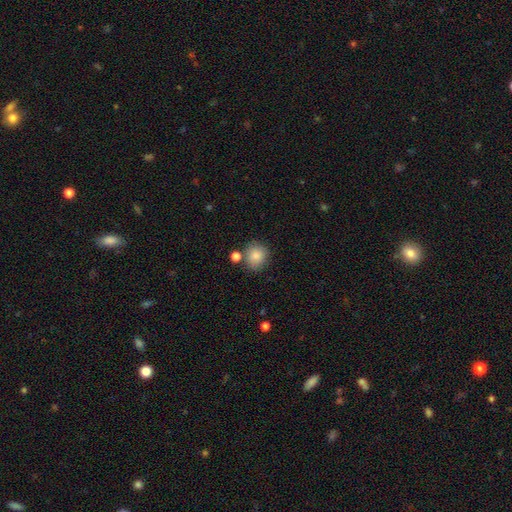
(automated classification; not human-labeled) smooth-or-featured: smooth: 85% | star or artifact: 9% | featured or disk: 6%
  how-rounded: round: 83% | in between: 16% | cigar-shaped: 1%
  merging: none: 73% | minor disturbance: 12% | merger: 11% | major disturbance: 3%